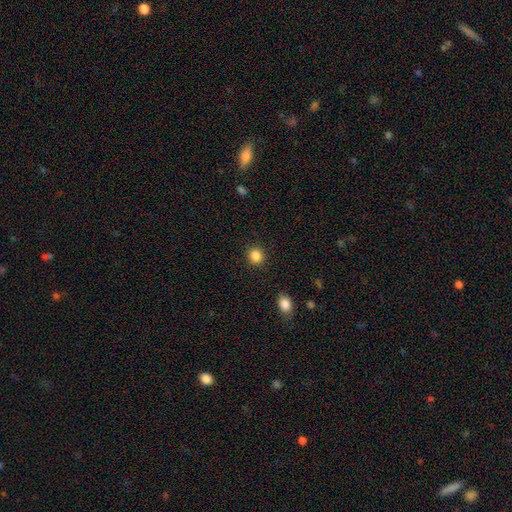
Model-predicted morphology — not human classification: smooth-or-featured: smooth: 86% | star or artifact: 11% | featured or disk: 3%
  how-rounded: round: 88% | in between: 11% | cigar-shaped: 1%
  merging: none: 90% | minor disturbance: 6% | major disturbance: 2% | merger: 1%